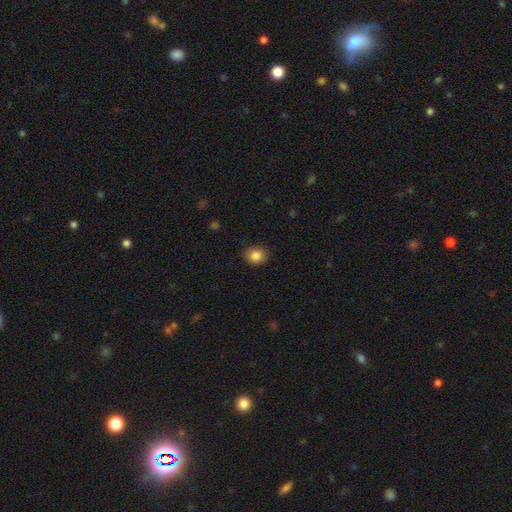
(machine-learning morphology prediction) A smooth galaxy with no disk features (85%) that is round (61%).

Vote fractions:
- Smooth or featured? smooth: 85% / star or artifact: 9% / featured or disk: 5%
- How rounded? round: 61% / in between: 38% / cigar-shaped: 1%
- Merging? none: 88% / minor disturbance: 9% / major disturbance: 2% / merger: 1%